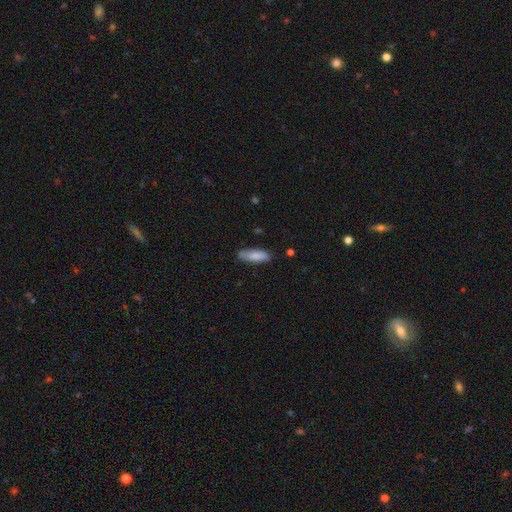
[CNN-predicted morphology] smooth_or_featured: smooth (p=0.83) [alt: featured or disk p=0.11]
how_rounded: in between (p=0.60) [alt: cigar-shaped p=0.39]
merging: none (p=0.80) [alt: minor disturbance p=0.16]